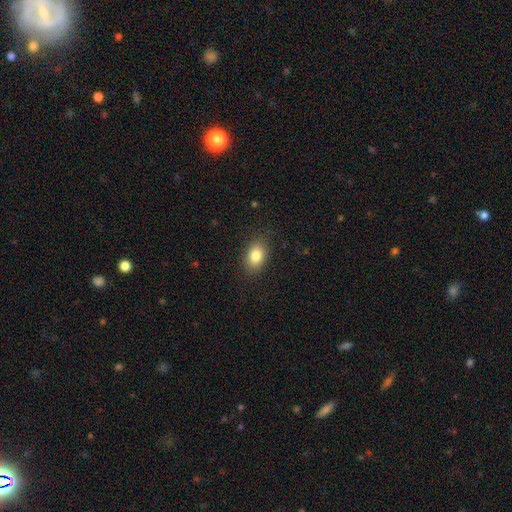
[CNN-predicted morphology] Q: Smooth or featured?
A: smooth (83%); runner-up: star or artifact (9%)
Q: How rounded?
A: in between (80%); runner-up: round (19%)
Q: Merging?
A: none (85%); runner-up: minor disturbance (11%)